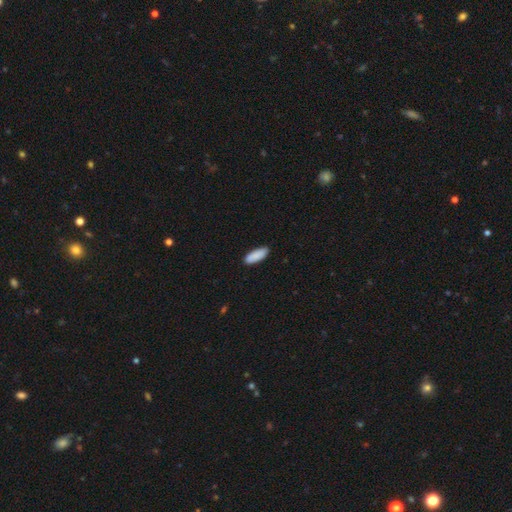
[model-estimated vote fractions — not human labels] Smooth or featured? Predicted: smooth (p=0.90). How rounded? Predicted: in between (p=0.69). Merging? Predicted: none (p=0.87).